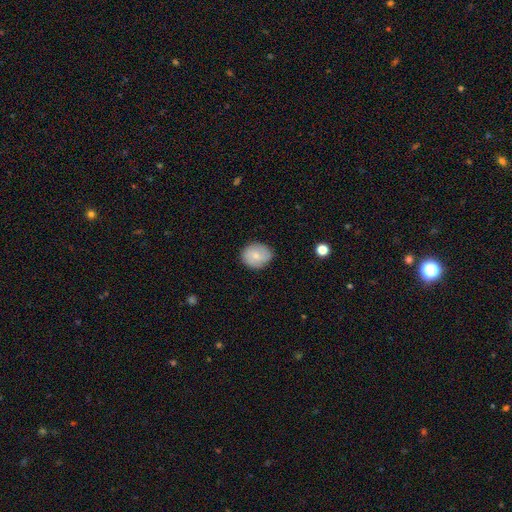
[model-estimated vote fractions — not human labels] smooth_or_featured: smooth (p=0.72) [alt: featured or disk p=0.21]
how_rounded: round (p=0.63) [alt: in between p=0.36]
merging: none (p=0.80) [alt: minor disturbance p=0.16]